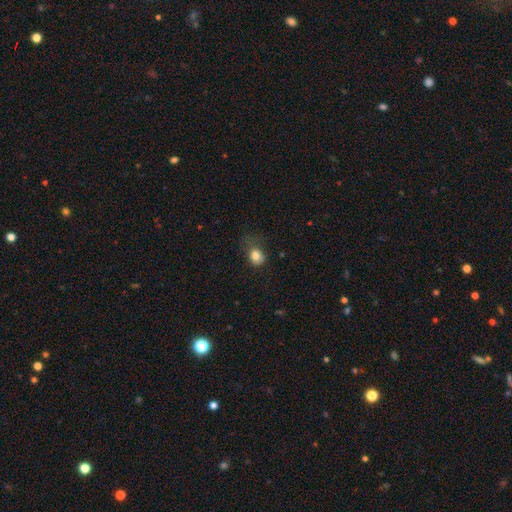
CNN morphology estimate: This appears to be a smooth galaxy with no disk features (81%) that is round (57%). Merging: none (42%).